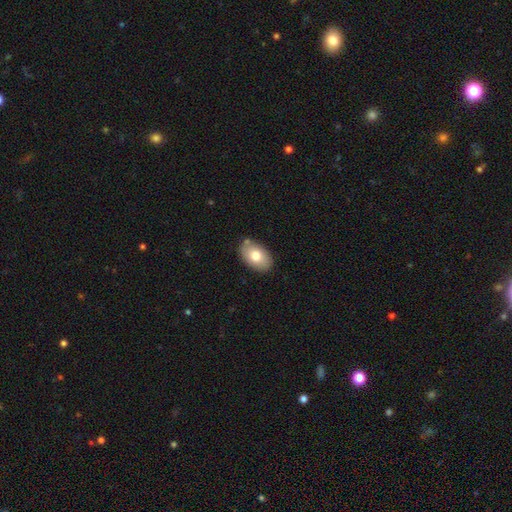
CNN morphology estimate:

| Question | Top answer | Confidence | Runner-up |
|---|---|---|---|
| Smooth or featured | smooth | 75% | featured or disk (17%) |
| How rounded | in between | 89% | round (10%) |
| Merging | none | 82% | minor disturbance (12%) |